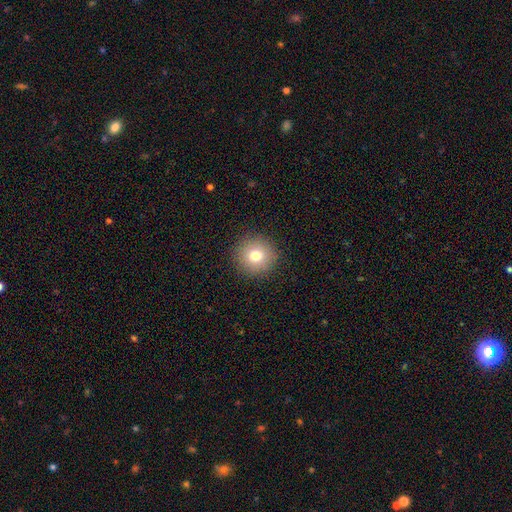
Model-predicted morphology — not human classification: smooth 77%, star or artifact 12%, featured or disk 11%. Down the decision tree: how rounded — round (94%); merging — none (91%).